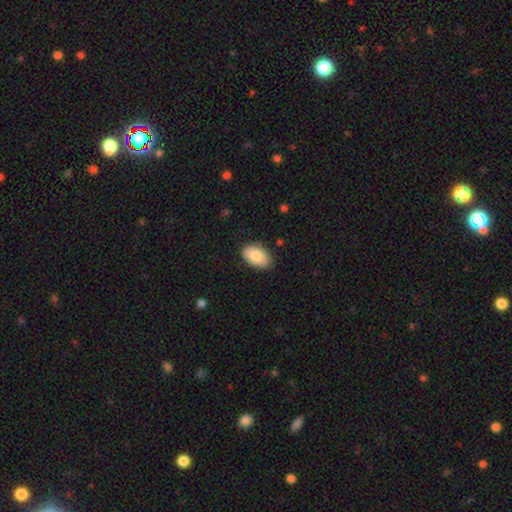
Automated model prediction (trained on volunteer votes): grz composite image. It shows a smooth galaxy with no disk features (83%) that is in between round and cigar-shaped (92%). Merging: none (82%).